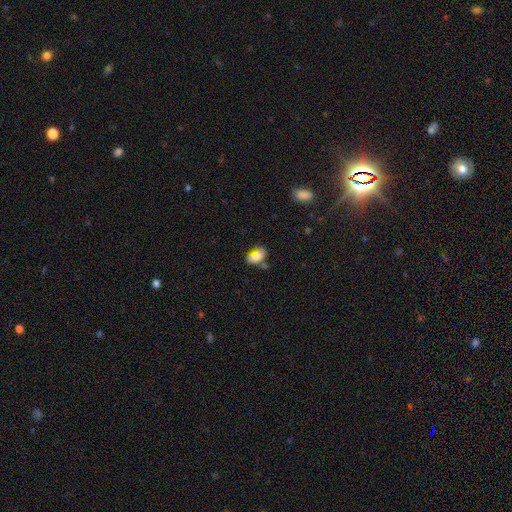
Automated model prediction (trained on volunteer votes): The model was most divided on "merging": none: 50%, minor disturbance: 25%, merger: 16%, major disturbance: 8%. More confident: how rounded — in between (87%); smooth or featured — smooth (75%).